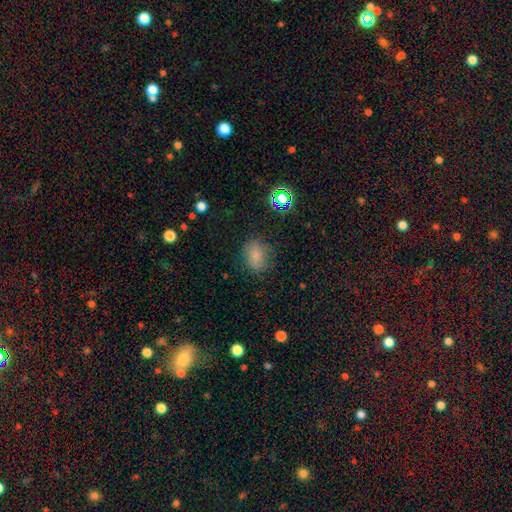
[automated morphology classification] A smooth galaxy with no disk features (79%) that is in between round and cigar-shaped (60%). Merging: none (77%).